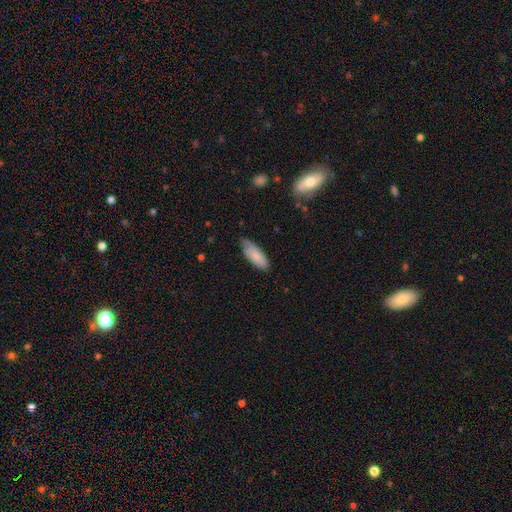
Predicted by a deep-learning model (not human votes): smooth-or-featured: smooth: 79% | featured or disk: 15% | star or artifact: 6%
  how-rounded: in between: 74% | cigar-shaped: 24% | round: 2%
  merging: none: 60% | minor disturbance: 33% | major disturbance: 5% | merger: 2%